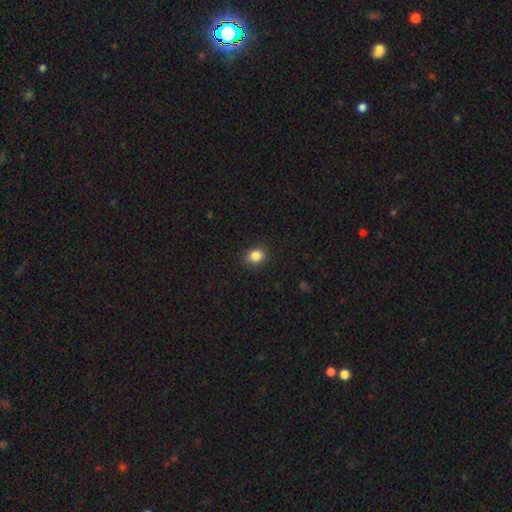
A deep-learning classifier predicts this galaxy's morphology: This appears to be a smooth galaxy with no disk features (85%) that is round (58%). Merging: none (89%).